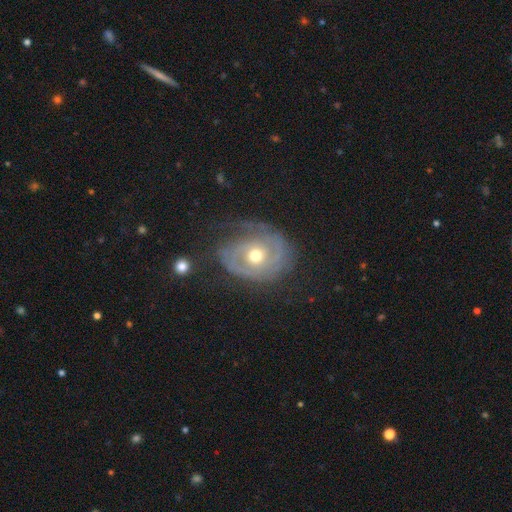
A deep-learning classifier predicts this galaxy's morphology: Q: Smooth or featured?
A: featured or disk (77%); runner-up: smooth (17%)
Q: Edge-on disk?
A: no (96%); runner-up: yes (4%)
Q: Bar?
A: no (79%); runner-up: weak (17%)
Q: Spiral arms?
A: yes (82%); runner-up: no (18%)
Q: Spiral winding?
A: tight (61%); runner-up: medium (28%)
Q: Spiral arm count?
A: 2 (39%); runner-up: can't tell (31%)
Q: Bulge size?
A: moderate (72%); runner-up: small (23%)
Q: Merging?
A: none (58%); runner-up: minor disturbance (25%)